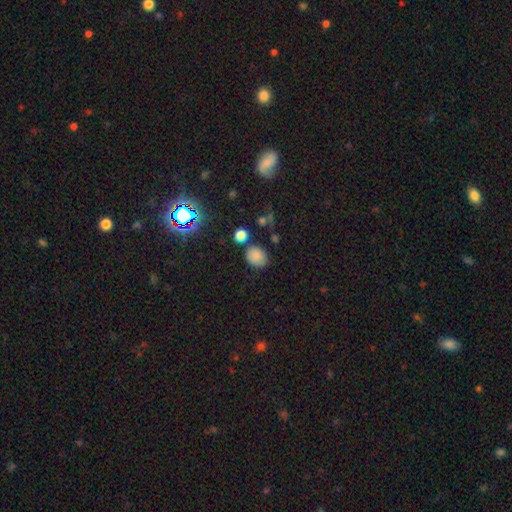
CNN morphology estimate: A smooth galaxy with no disk features (79%) that is round (63%).

Vote fractions:
- Smooth or featured? smooth: 79% / star or artifact: 14% / featured or disk: 7%
- How rounded? round: 63% / in between: 36% / cigar-shaped: 1%
- Merging? none: 72% / minor disturbance: 17% / merger: 7% / major disturbance: 4%